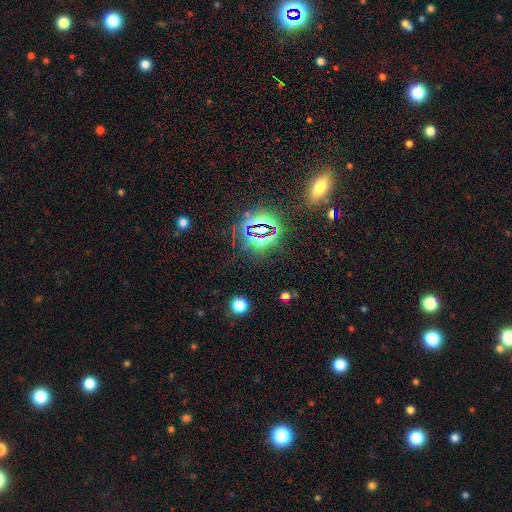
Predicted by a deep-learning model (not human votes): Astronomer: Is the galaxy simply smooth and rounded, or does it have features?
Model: star or artifact — 65%.